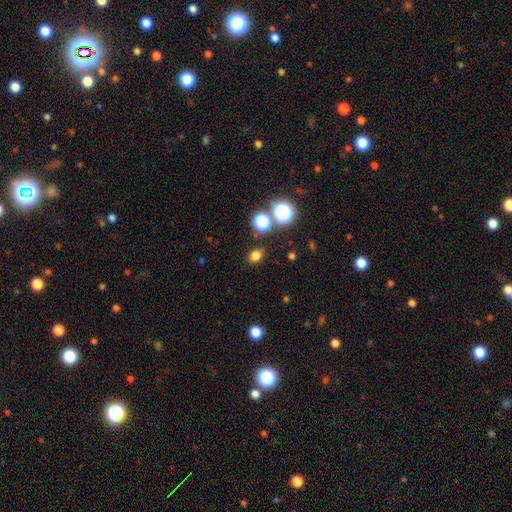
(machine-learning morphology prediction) smooth-or-featured: smooth: 76% | star or artifact: 19% | featured or disk: 5%
  how-rounded: in between: 59% | round: 40% | cigar-shaped: 1%
  merging: none: 85% | minor disturbance: 9% | merger: 4% | major disturbance: 3%